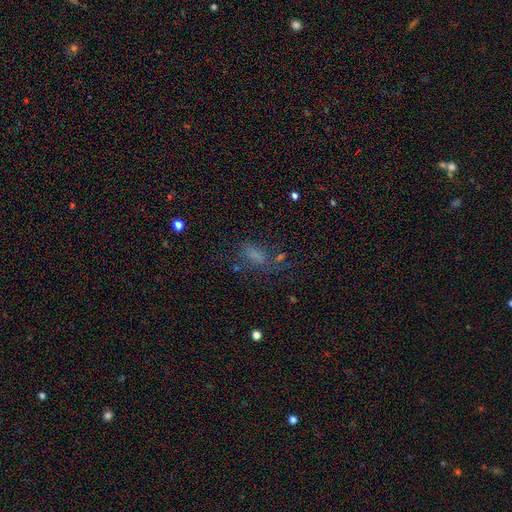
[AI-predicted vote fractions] A smooth galaxy with no disk features (57%) that is in between round and cigar-shaped (76%).

Vote fractions:
- Smooth or featured? smooth: 57% / star or artifact: 25% / featured or disk: 18%
- How rounded? in between: 76% / cigar-shaped: 15% / round: 9%
- Merging? none: 51% / major disturbance: 22% / minor disturbance: 21% / merger: 7%